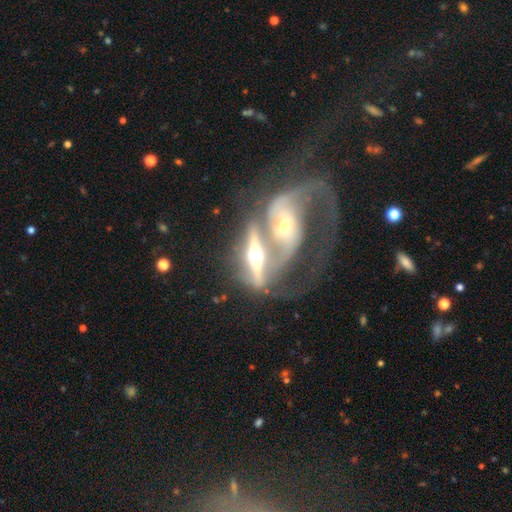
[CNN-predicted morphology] featured or disk 78%, smooth 15%, star or artifact 6%. Down the decision tree: edge-on disk — yes (72%); edge-on bulge — rounded (93%); merging — merger (67%).